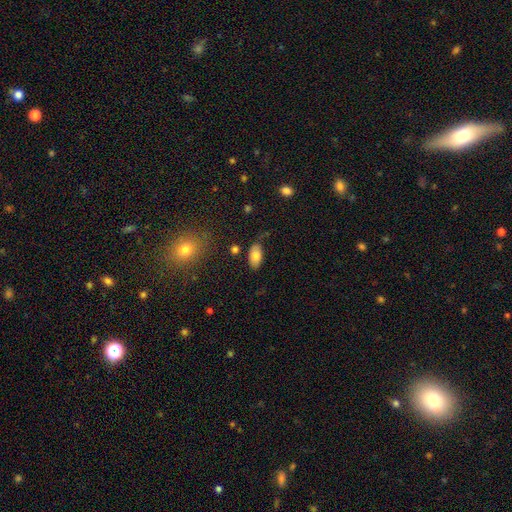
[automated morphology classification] type=smooth (79%); roundness=in between (93%); merging=none (79%).